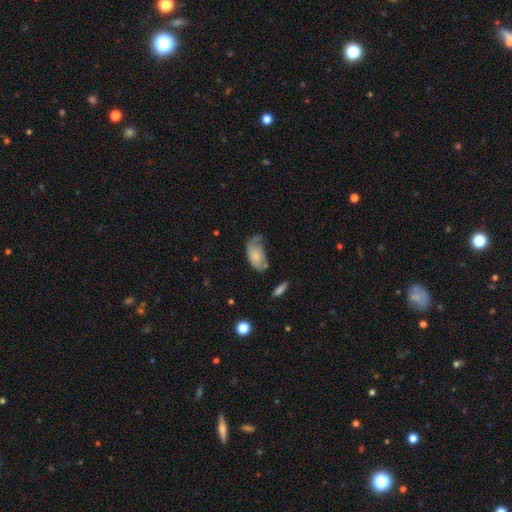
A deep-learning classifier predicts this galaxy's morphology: Smooth or featured: smooth — 59% (featured or disk — 34%)
How rounded: in between — 92% (round — 5%)
Merging: minor disturbance — 34% (tied with none — 34%)